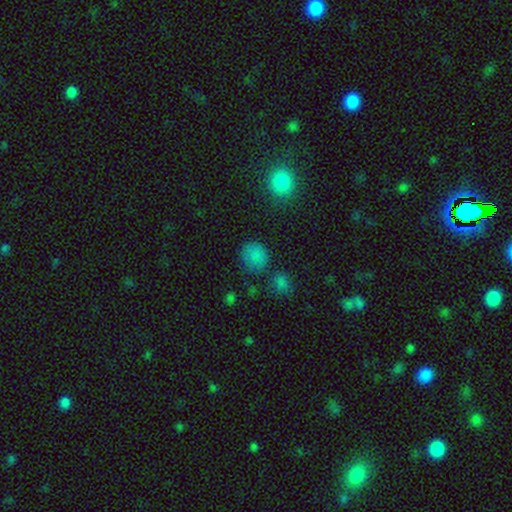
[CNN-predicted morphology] This appears to be a smooth galaxy with no disk features (78%) that is round (83%). Merging: none (70%).